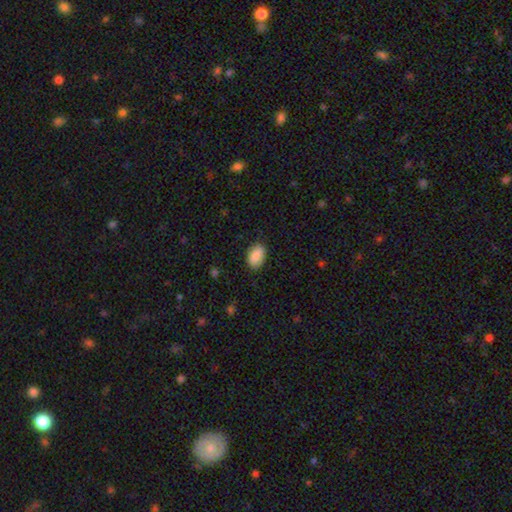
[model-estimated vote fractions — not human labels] Smooth or featured?
  - smooth: 85% *
  - featured or disk: 8%
  - star or artifact: 7%
How rounded?
  - in between: 90% *
  - round: 9%
  - cigar-shaped: 1%
Merging?
  - none: 84% *
  - minor disturbance: 13%
  - major disturbance: 3%
  - merger: 1%